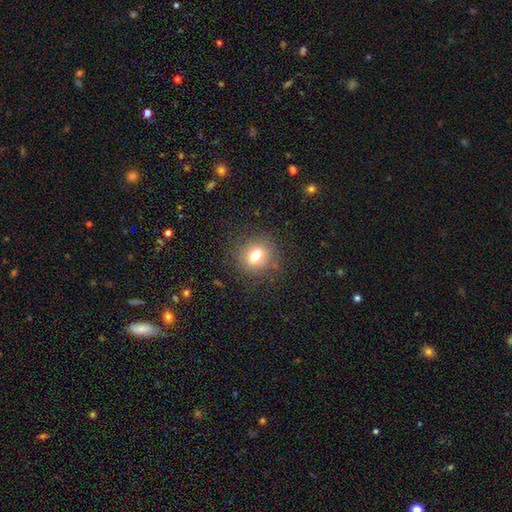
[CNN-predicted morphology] This appears to be a smooth galaxy with no disk features (76%) that is round (72%). Merging: none (85%).